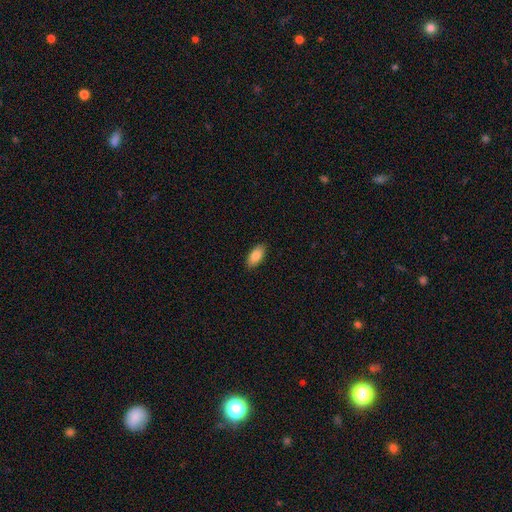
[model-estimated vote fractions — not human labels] A smooth galaxy with no disk features (87%) that is in between round and cigar-shaped (91%).

Vote fractions:
- Smooth or featured? smooth: 87% / star or artifact: 7% / featured or disk: 6%
- How rounded? in between: 91% / cigar-shaped: 6% / round: 2%
- Merging? none: 89% / minor disturbance: 8% / major disturbance: 2% / merger: 1%